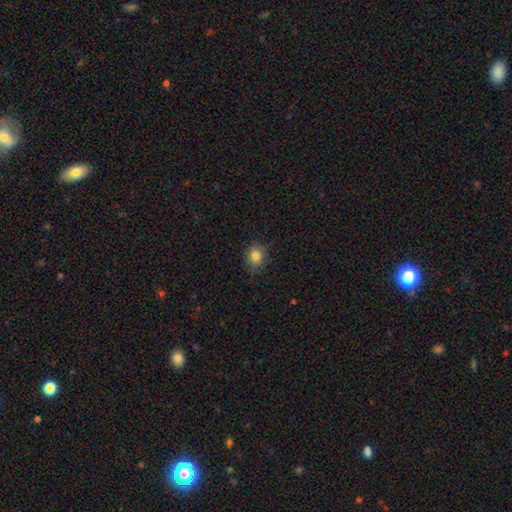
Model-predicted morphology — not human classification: smooth_or_featured: smooth (p=0.83) [alt: star or artifact p=0.11]
how_rounded: round (p=0.65) [alt: in between p=0.34]
merging: none (p=0.80) [alt: minor disturbance p=0.16]